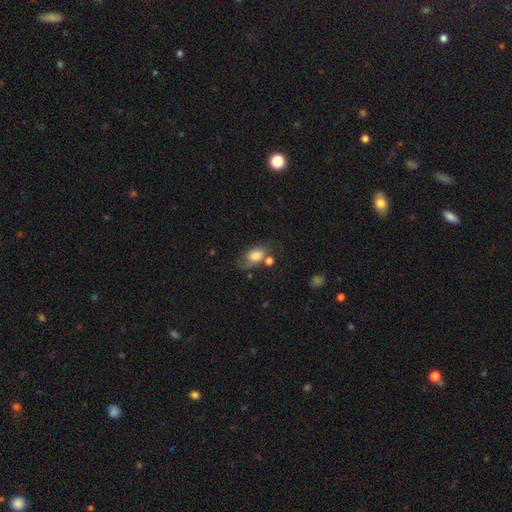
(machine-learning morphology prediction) The model was most divided on "merging": none: 48%, minor disturbance: 25%, merger: 15%, major disturbance: 12%. More confident: how rounded — in between (80%); smooth or featured — smooth (75%).